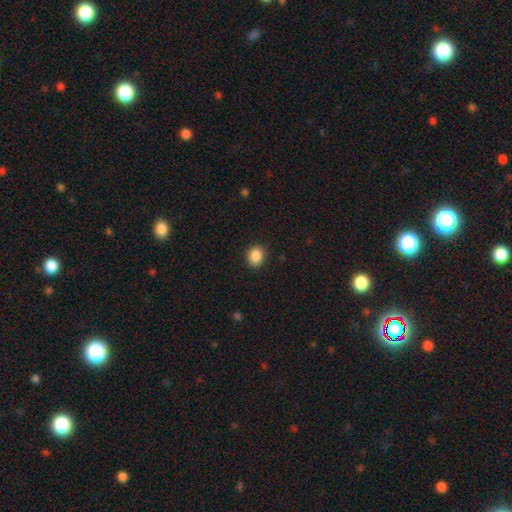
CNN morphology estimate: Q: Smooth or featured?
A: smooth (88%); runner-up: star or artifact (9%)
Q: How rounded?
A: round (54%); runner-up: in between (45%)
Q: Merging?
A: none (87%); runner-up: minor disturbance (9%)